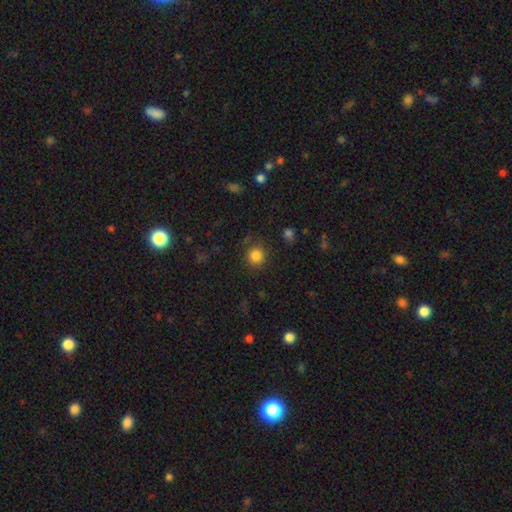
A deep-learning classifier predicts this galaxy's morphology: The model was most divided on "smooth or featured": smooth: 84%, star or artifact: 12%, featured or disk: 4%. More confident: how rounded — round (91%); merging — none (83%).